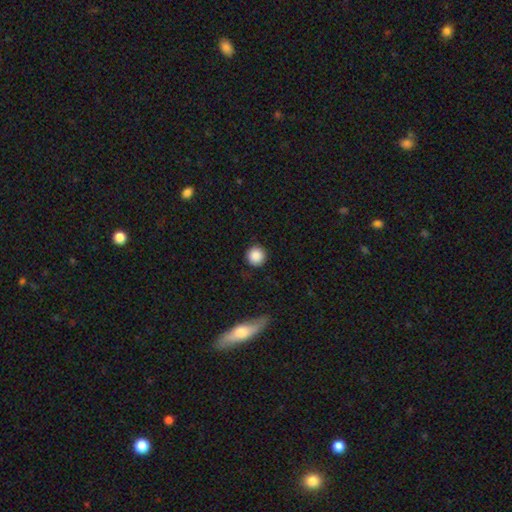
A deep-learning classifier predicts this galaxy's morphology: A smooth galaxy with no disk features (88%) that is round (94%). Merging: none (88%).